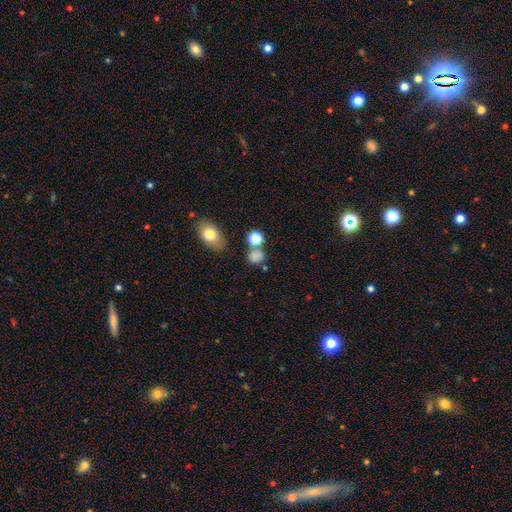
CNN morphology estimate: smooth-or-featured: smooth: 77% | star or artifact: 16% | featured or disk: 7%
  how-rounded: round: 70% | in between: 28% | cigar-shaped: 2%
  merging: none: 64% | merger: 17% | minor disturbance: 13% | major disturbance: 6%